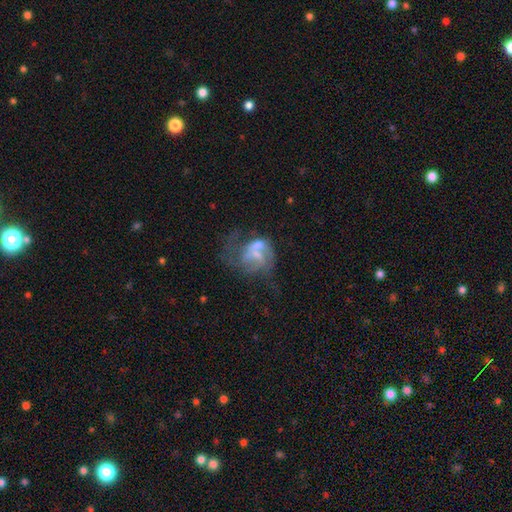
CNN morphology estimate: Smooth or featured? featured or disk (66%)
Edge-on disk? no (98%)
Bar? no (60%)
Spiral arms? yes (63%)
Bulge size? small (35%)
Merging? major disturbance (38%)